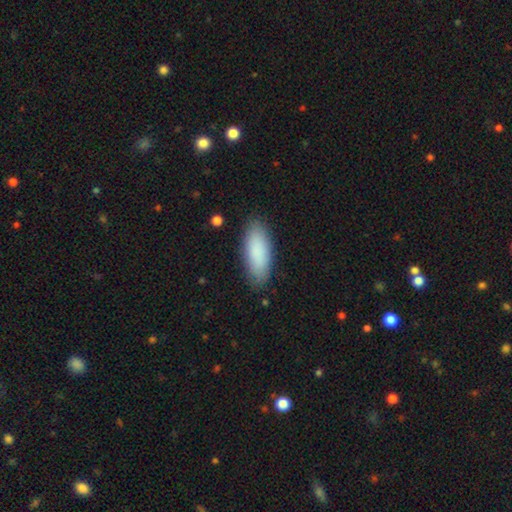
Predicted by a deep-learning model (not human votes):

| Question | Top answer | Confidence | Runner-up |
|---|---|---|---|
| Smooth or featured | smooth | 86% | featured or disk (8%) |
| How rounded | in between | 80% | cigar-shaped (18%) |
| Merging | none | 84% | minor disturbance (11%) |